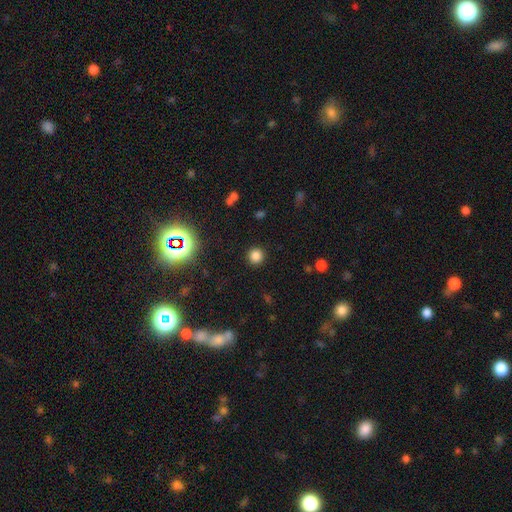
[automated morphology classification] Q: Smooth or featured?
A: smooth (82%); runner-up: star or artifact (14%)
Q: How rounded?
A: round (93%); runner-up: in between (6%)
Q: Merging?
A: none (91%); runner-up: minor disturbance (5%)